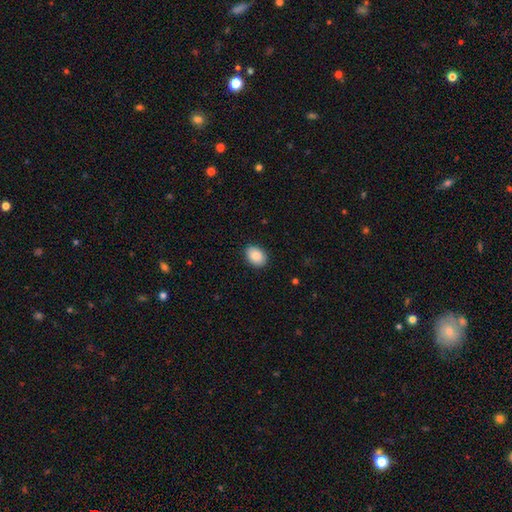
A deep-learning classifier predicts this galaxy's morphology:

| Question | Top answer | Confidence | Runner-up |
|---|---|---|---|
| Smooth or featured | smooth | 89% | star or artifact (7%) |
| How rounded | in between | 73% | round (26%) |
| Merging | none | 89% | minor disturbance (8%) |